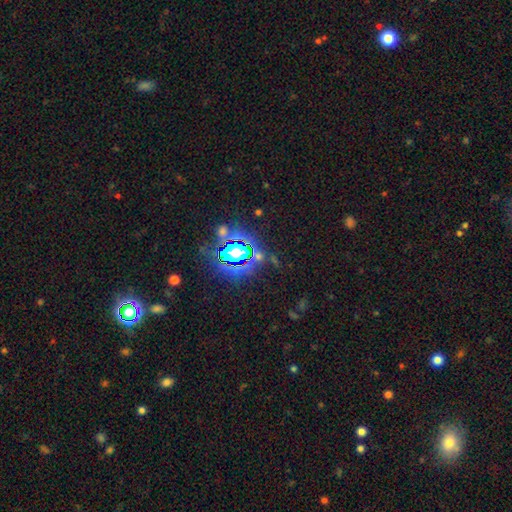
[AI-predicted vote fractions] star or artifact 74%, smooth 16%, featured or disk 9%.